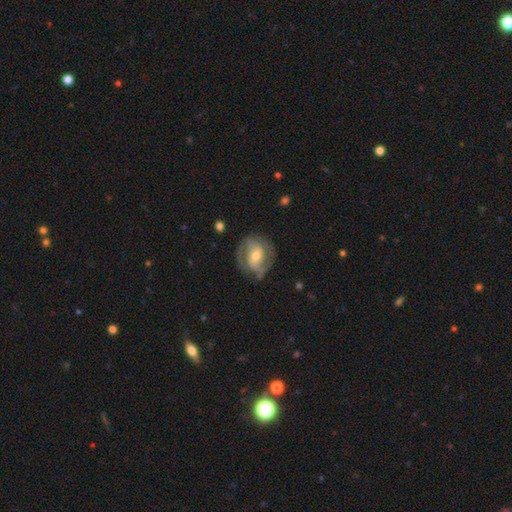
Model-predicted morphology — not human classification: smooth-or-featured: featured or disk: 75% | smooth: 19% | star or artifact: 5%
  disk-edge-on: no: 97% | yes: 3%
    bar: weak: 42% | no: 30% | strong: 28%
    has-spiral-arms: yes: 85% | no: 15%
      spiral-winding: medium: 47% | tight: 35% | loose: 18%
      spiral-arm-count: 2: 79% | can't tell: 11% | 1: 4% | 3: 4% | 4: 1% | more than 4: 1%
    bulge-size: moderate: 59% | small: 35% | large: 4% | none: 1% | dominant: 1%
  merging: none: 72% | minor disturbance: 18% | major disturbance: 9% | merger: 1%